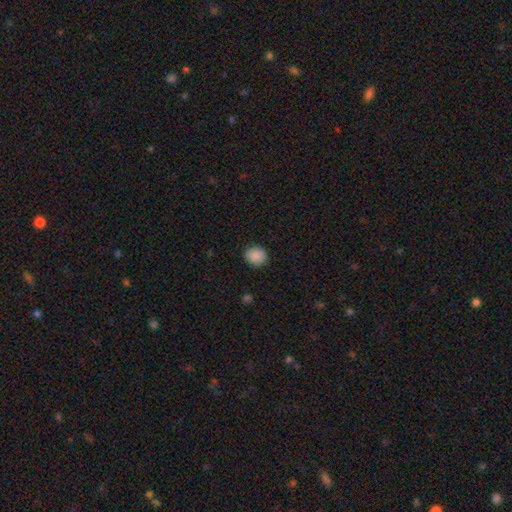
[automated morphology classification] Smooth or featured? smooth (88%)
How rounded? round (75%)
Merging? none (88%)